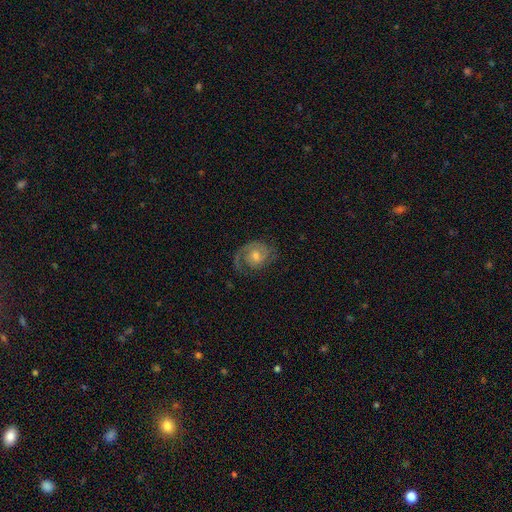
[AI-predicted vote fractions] The model was most divided on "spiral winding": medium: 42%, tight: 41%, loose: 17%. More confident: edge-on disk — no (97%); spiral arms — yes (95%); smooth or featured — featured or disk (81%); merging — none (66%); bar — no (64%); bulge size — moderate (56%); spiral arm count — 2 (53%).